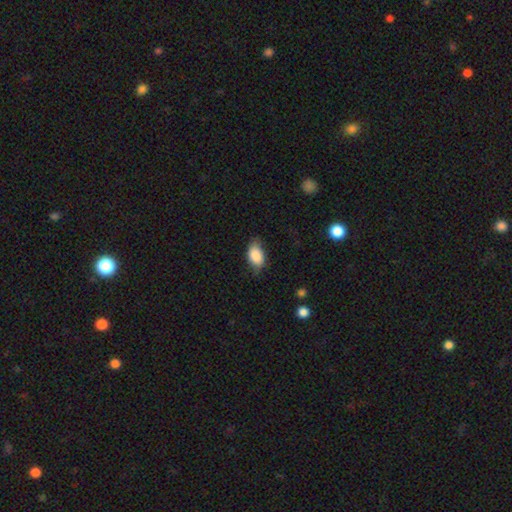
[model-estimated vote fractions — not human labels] smooth-or-featured: smooth: 84% | featured or disk: 9% | star or artifact: 7%
  how-rounded: in between: 90% | round: 8% | cigar-shaped: 2%
  merging: none: 65% | minor disturbance: 27% | major disturbance: 7% | merger: 1%